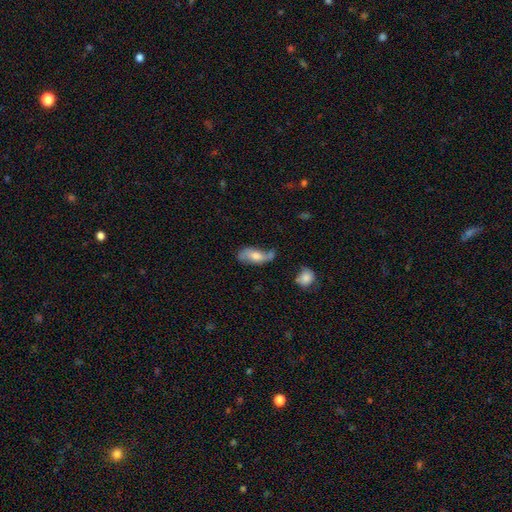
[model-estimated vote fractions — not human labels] The model was most divided on "smooth or featured": smooth: 52%, featured or disk: 40%, star or artifact: 8%. Remaining: how rounded — in between (80%); merging — none (46%).